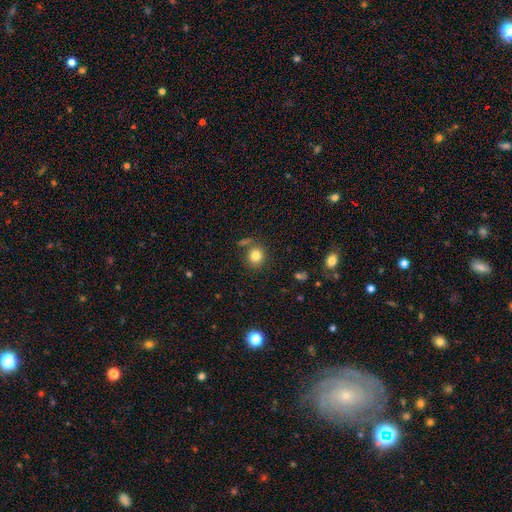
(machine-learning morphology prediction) Smooth or featured?
  - smooth: 82% *
  - star or artifact: 11%
  - featured or disk: 7%
How rounded?
  - round: 81% *
  - in between: 18%
  - cigar-shaped: 1%
Merging?
  - none: 76% *
  - minor disturbance: 11%
  - merger: 9%
  - major disturbance: 4%